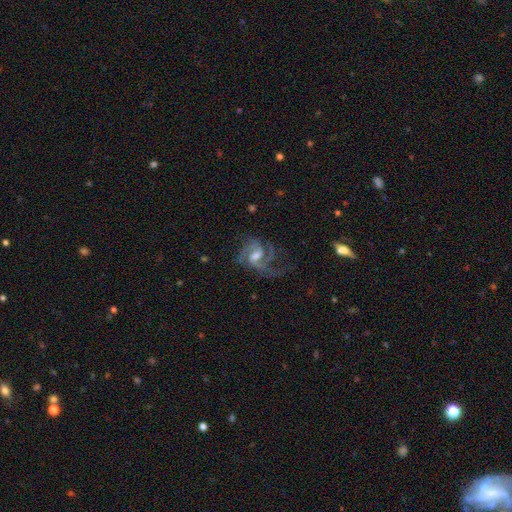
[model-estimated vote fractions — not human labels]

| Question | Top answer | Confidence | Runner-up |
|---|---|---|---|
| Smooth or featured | featured or disk | 87% | smooth (7%) |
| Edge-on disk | no | 98% | yes (2%) |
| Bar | weak | 54% | no (25%) |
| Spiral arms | yes | 96% | no (4%) |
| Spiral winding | medium | 52% | loose (27%) |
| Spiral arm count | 2 | 42% | 3 (29%) |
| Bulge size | moderate | 56% | small (29%) |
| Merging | none | 50% | major disturbance (30%) |